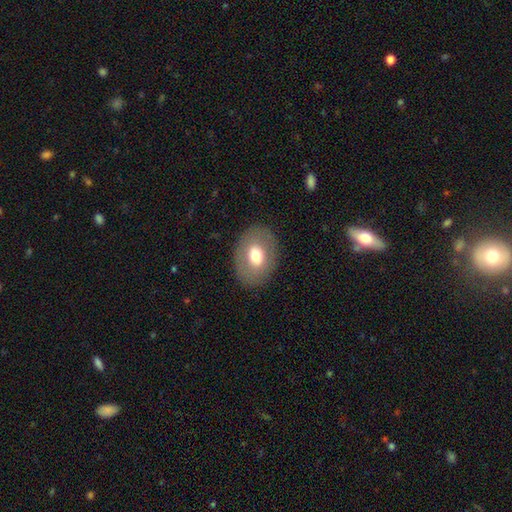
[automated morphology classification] Q: Smooth or featured?
A: smooth (65%); runner-up: featured or disk (27%)
Q: How rounded?
A: in between (72%); runner-up: round (27%)
Q: Merging?
A: none (85%); runner-up: minor disturbance (10%)